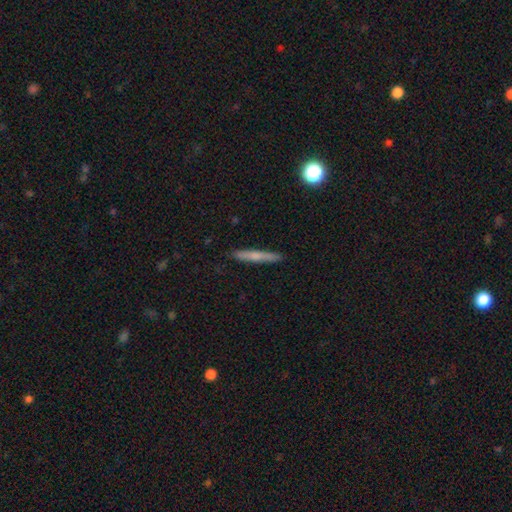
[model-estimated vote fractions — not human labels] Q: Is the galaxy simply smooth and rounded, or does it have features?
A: smooth — 58%.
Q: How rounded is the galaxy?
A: cigar-shaped — 95%.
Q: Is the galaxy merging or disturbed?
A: none — 90%.